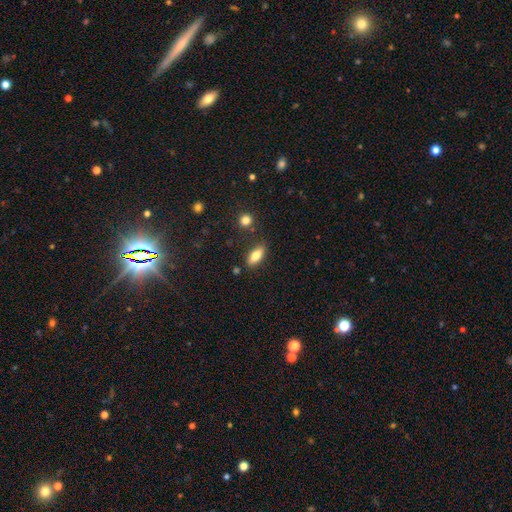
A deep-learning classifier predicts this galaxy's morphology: Smooth or featured: smooth — 78% (featured or disk — 14%)
How rounded: in between — 81% (cigar-shaped — 16%)
Merging: none — 83% (minor disturbance — 11%)